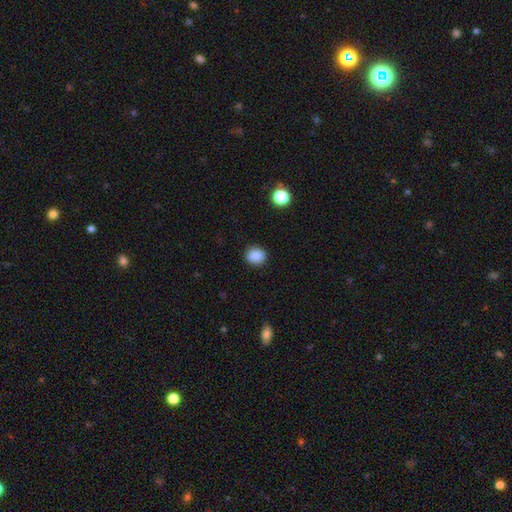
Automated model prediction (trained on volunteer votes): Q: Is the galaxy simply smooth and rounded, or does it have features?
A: smooth — 87%.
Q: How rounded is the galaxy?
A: round — 69%.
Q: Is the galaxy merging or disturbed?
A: none — 89%.